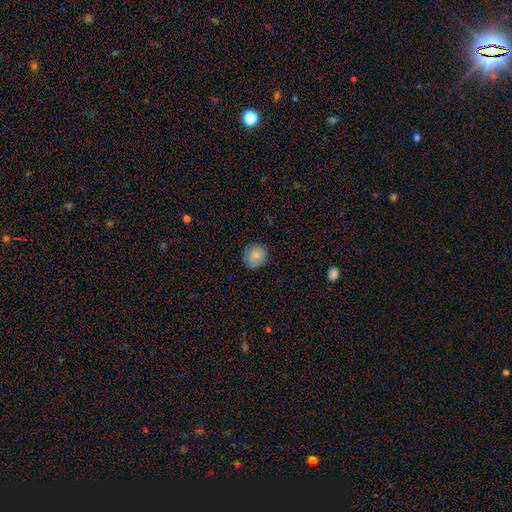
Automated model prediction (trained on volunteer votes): This is clearly a smooth galaxy (85%). How rounded: clearly round (88%). Merging: clearly none (84%).